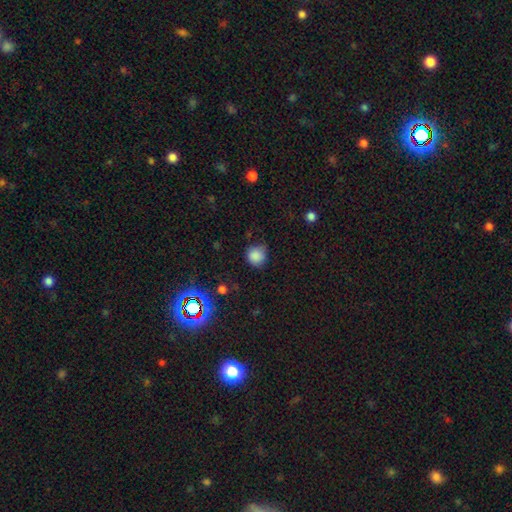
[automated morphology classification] This appears to be a smooth galaxy with no disk features (84%) that is round (90%). Merging: none (72%).